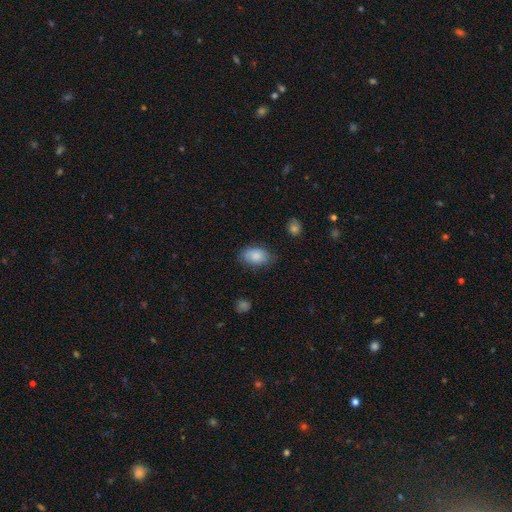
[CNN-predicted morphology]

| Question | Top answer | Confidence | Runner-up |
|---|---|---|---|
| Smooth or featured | smooth | 85% | featured or disk (8%) |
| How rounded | in between | 90% | round (9%) |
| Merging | none | 76% | minor disturbance (19%) |